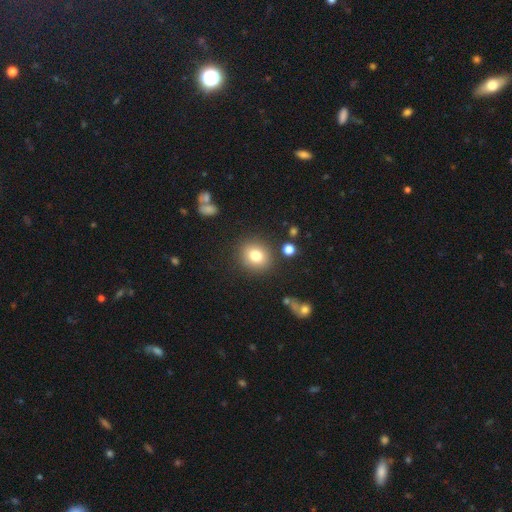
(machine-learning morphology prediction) Overall: smooth (79%). How rounded: round (77%). Merging: none (85%).